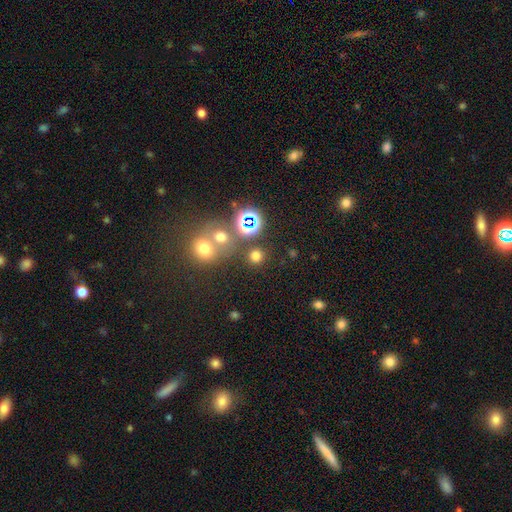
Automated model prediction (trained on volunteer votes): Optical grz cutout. It shows a smooth galaxy with no disk features (67%) that is round (90%). Merging: none (77%).